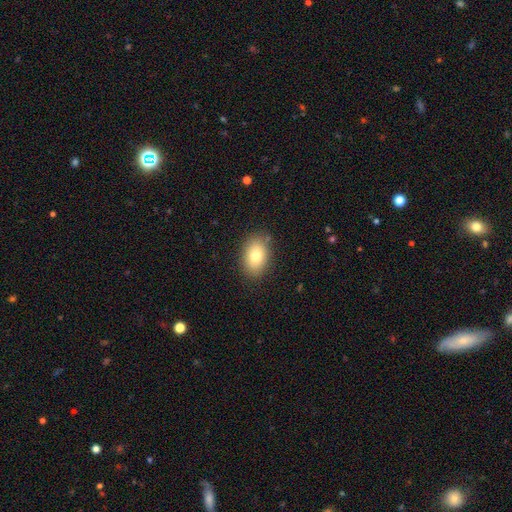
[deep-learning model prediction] A smooth galaxy with no disk features (78%) that is in between round and cigar-shaped (83%).

Vote fractions:
- Smooth or featured? smooth: 78% / featured or disk: 13% / star or artifact: 9%
- How rounded? in between: 83% / round: 16% / cigar-shaped: 1%
- Merging? none: 85% / minor disturbance: 11% / major disturbance: 3% / merger: 1%